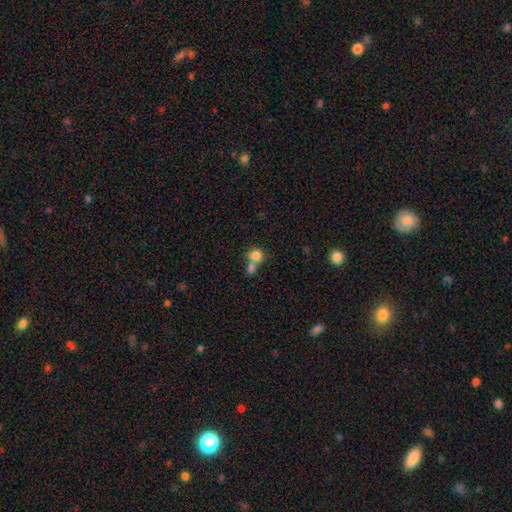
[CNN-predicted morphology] smooth_or_featured: smooth (p=0.80) [alt: star or artifact p=0.11]
how_rounded: round (p=0.82) [alt: in between p=0.17]
merging: merger (p=0.54) [alt: none p=0.36]